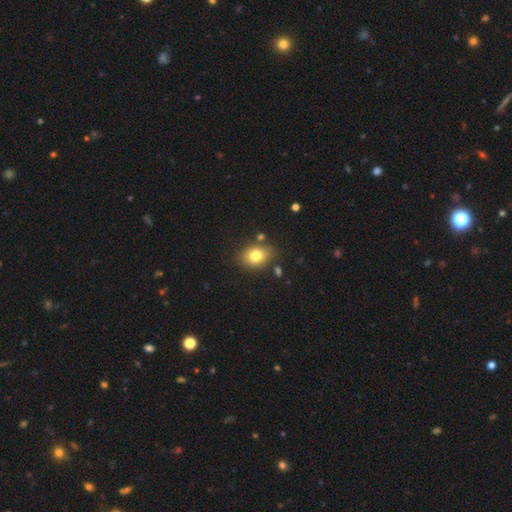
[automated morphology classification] Smooth or featured?
  - smooth: 79% *
  - featured or disk: 11%
  - star or artifact: 10%
How rounded?
  - in between: 63% *
  - round: 36%
  - cigar-shaped: 1%
Merging?
  - none: 80% *
  - minor disturbance: 12%
  - merger: 5%
  - major disturbance: 3%